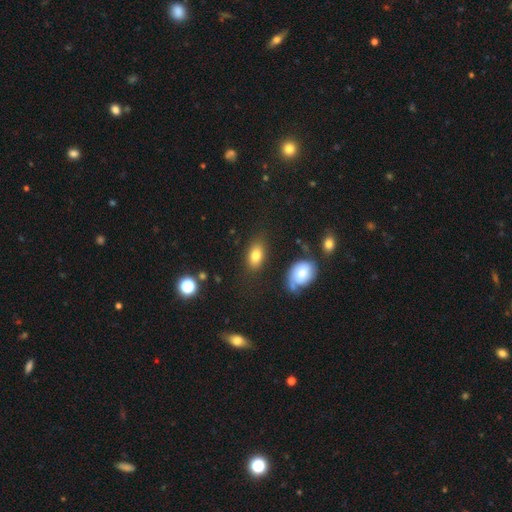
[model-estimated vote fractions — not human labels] Q: Smooth or featured?
A: smooth (79%); runner-up: featured or disk (12%)
Q: How rounded?
A: in between (87%); runner-up: round (10%)
Q: Merging?
A: none (76%); runner-up: minor disturbance (14%)